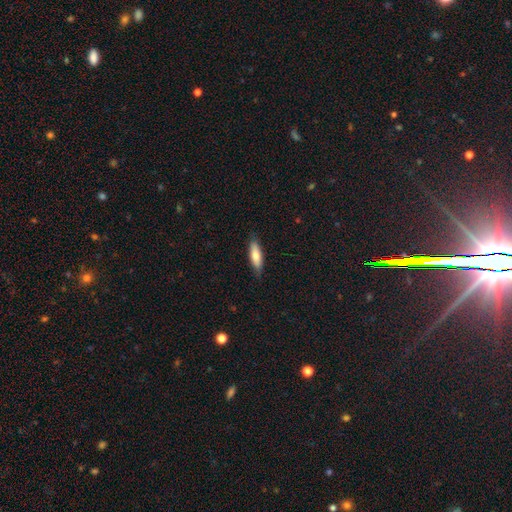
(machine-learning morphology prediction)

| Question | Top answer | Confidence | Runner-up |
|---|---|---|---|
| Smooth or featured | smooth | 76% | featured or disk (18%) |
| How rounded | cigar-shaped | 50% | in between (48%) |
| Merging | none | 83% | minor disturbance (14%) |